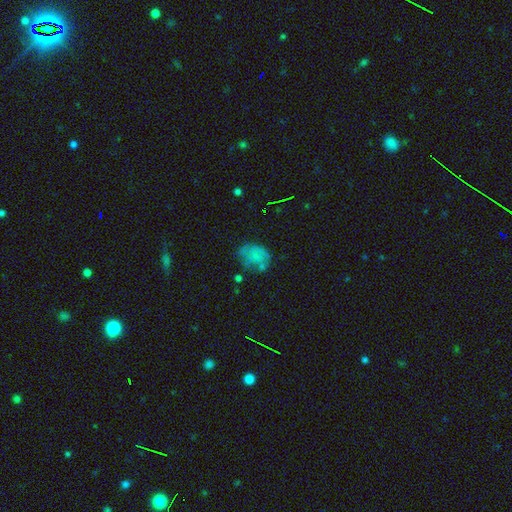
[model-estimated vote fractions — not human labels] Smooth or featured: smooth — 60% (featured or disk — 26%)
How rounded: in between — 59% (round — 40%)
Merging: none — 47% (minor disturbance — 27%)